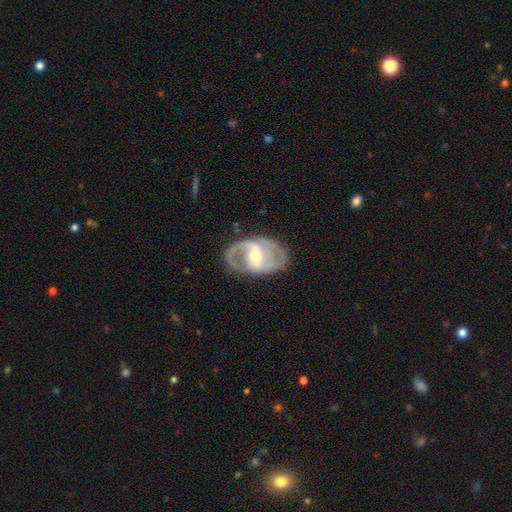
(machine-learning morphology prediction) Smooth or featured: featured or disk — 85% (smooth — 10%)
Edge-on disk: no — 96% (yes — 4%)
Bar: weak — 47% (strong — 33%)
Spiral arms: yes — 90% (no — 10%)
Spiral winding: medium — 49% (tight — 26%)
Spiral arm count: 2 — 76% (can't tell — 9%)
Bulge size: moderate — 61% (small — 34%)
Merging: none — 73% (minor disturbance — 17%)